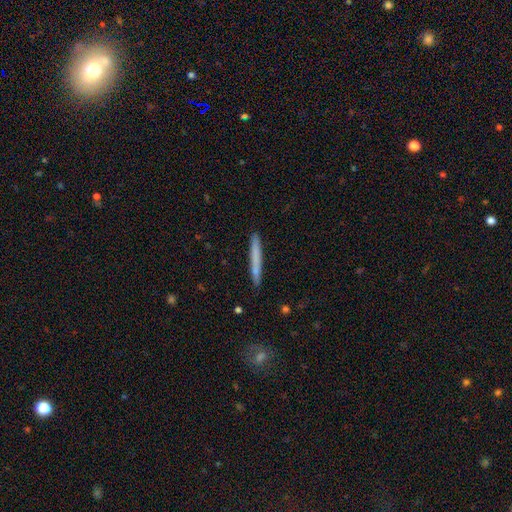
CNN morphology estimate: smooth_or_featured: smooth (p=0.70) [alt: featured or disk p=0.24]
how_rounded: cigar-shaped (p=0.97) [alt: in between p=0.02]
merging: none (p=0.90) [alt: minor disturbance p=0.07]